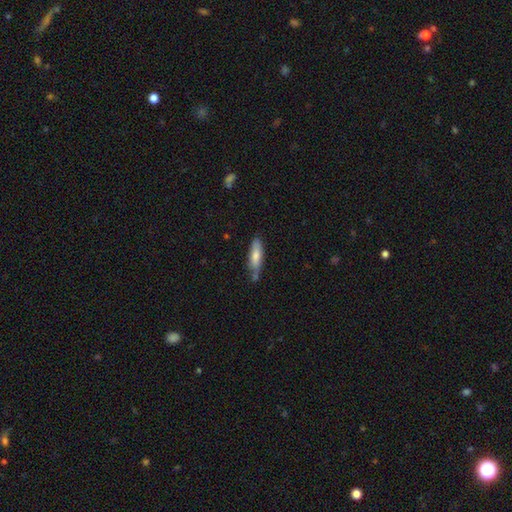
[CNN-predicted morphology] smooth-or-featured: smooth: 67% | featured or disk: 27% | star or artifact: 6%
  how-rounded: cigar-shaped: 69% | in between: 30% | round: 2%
  merging: none: 66% | minor disturbance: 23% | merger: 7% | major disturbance: 4%